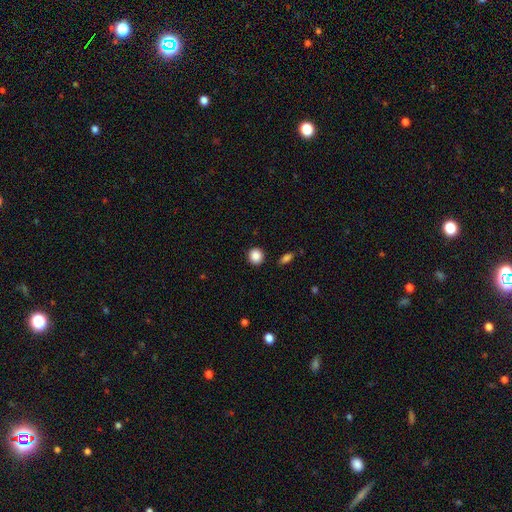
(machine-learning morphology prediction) Smooth or featured? Predicted: smooth (p=0.87). How rounded? Predicted: round (p=0.89). Merging? Predicted: none (p=0.91).